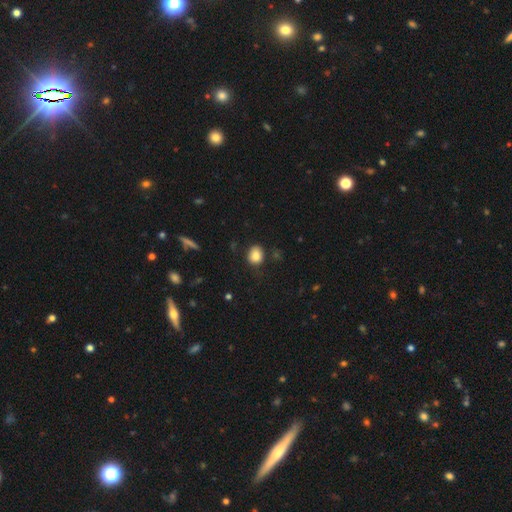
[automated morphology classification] A smooth galaxy with no disk features (85%) that is round (62%). Merging: none (75%).